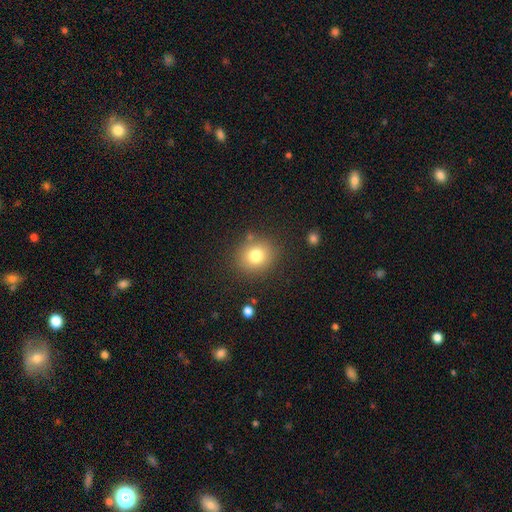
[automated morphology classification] This is likely a smooth galaxy (78%). How rounded: clearly round (81%). Merging: clearly none (84%).